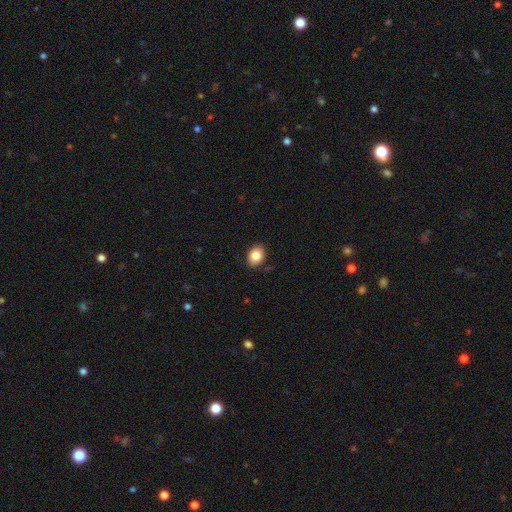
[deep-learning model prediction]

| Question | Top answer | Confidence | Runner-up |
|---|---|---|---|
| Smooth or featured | smooth | 85% | star or artifact (8%) |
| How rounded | in between | 59% | round (40%) |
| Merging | none | 88% | minor disturbance (9%) |